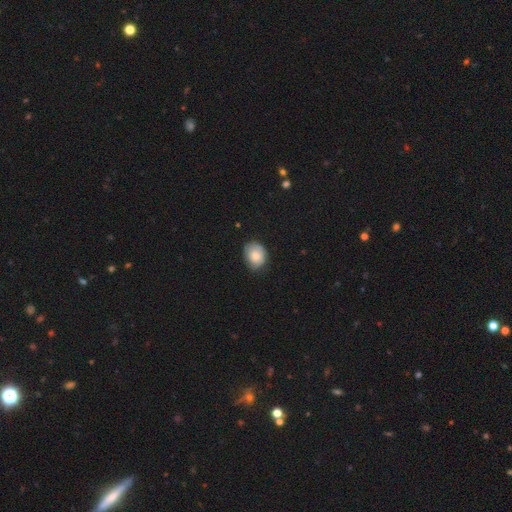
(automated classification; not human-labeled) Smooth or featured? Predicted: smooth (p=0.76). How rounded? Predicted: round (p=0.52). Merging? Predicted: none (p=0.71).